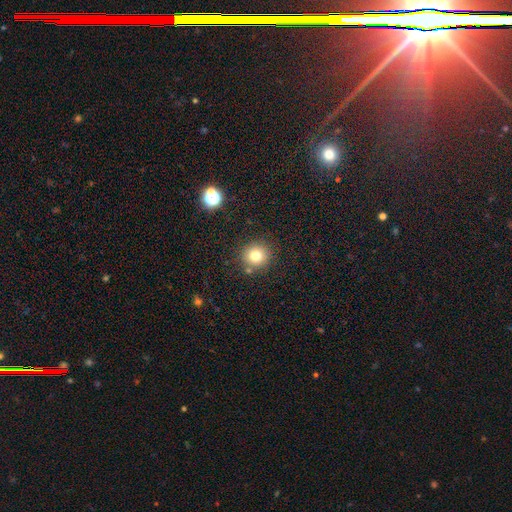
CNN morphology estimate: This is likely a smooth galaxy (78%). How rounded: clearly round (93%). Merging: clearly none (84%).